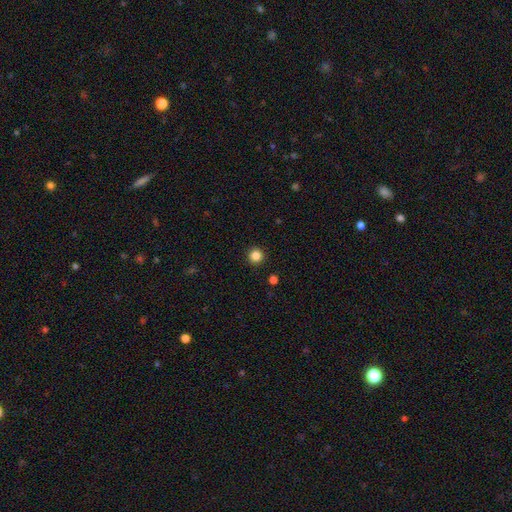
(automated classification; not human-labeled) smooth-or-featured: smooth: 85% | star or artifact: 12% | featured or disk: 4%
  how-rounded: round: 96% | in between: 3% | cigar-shaped: 1%
  merging: none: 93% | minor disturbance: 4% | major disturbance: 2% | merger: 1%